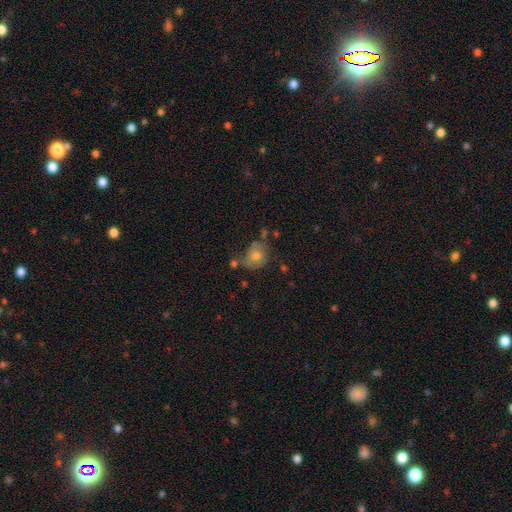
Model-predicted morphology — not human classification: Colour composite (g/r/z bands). It shows a smooth galaxy with no disk features (59%) that is round (59%). Merging: none (51%).